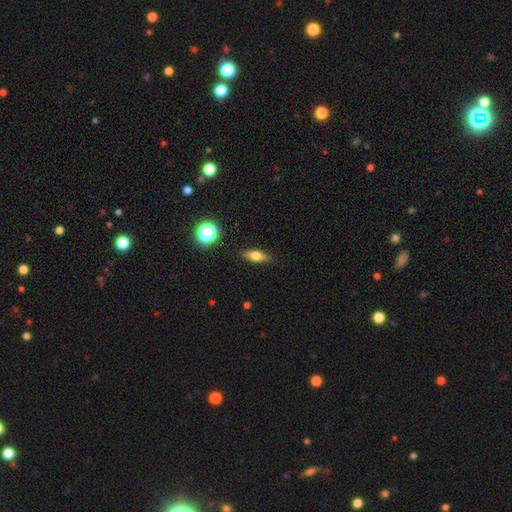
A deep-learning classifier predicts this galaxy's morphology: Smooth or featured? Predicted: smooth (p=0.64). How rounded? Predicted: in between (p=0.61). Merging? Predicted: none (p=0.87).